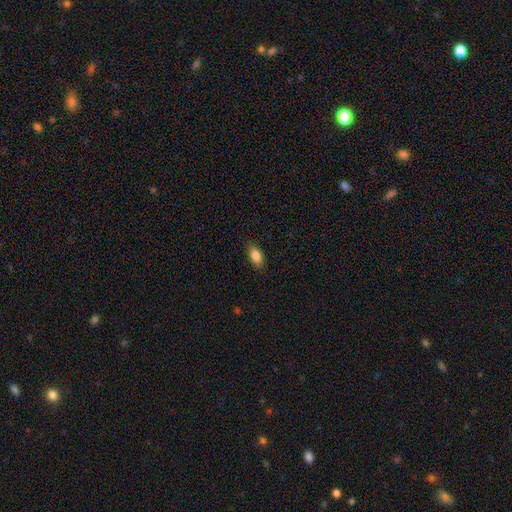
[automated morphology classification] This appears to be a smooth galaxy with no disk features (86%) that is in between round and cigar-shaped (88%). Merging: none (85%).